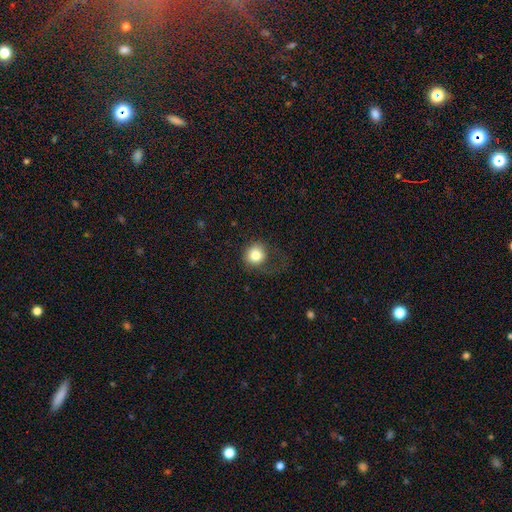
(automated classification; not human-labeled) Q: Smooth or featured?
A: smooth (81%); runner-up: star or artifact (10%)
Q: How rounded?
A: round (85%); runner-up: in between (14%)
Q: Merging?
A: none (54%); runner-up: major disturbance (25%)